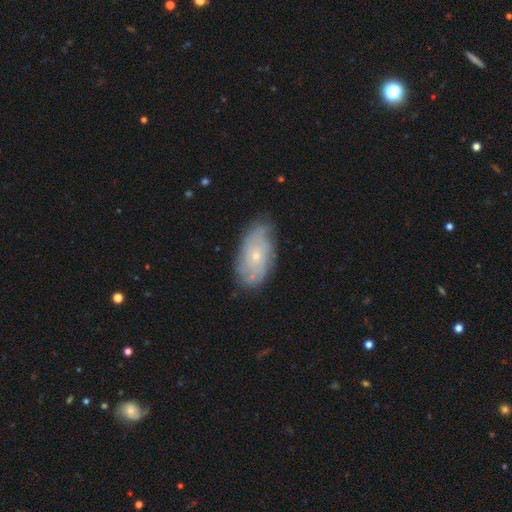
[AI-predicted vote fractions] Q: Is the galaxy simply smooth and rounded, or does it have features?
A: featured or disk — 62%.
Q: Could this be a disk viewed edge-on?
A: no — 92%.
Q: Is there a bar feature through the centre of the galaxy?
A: no — 84%.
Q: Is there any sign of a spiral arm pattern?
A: yes — 77%.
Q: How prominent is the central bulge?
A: small — 71%.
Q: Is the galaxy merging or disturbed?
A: none — 75%.